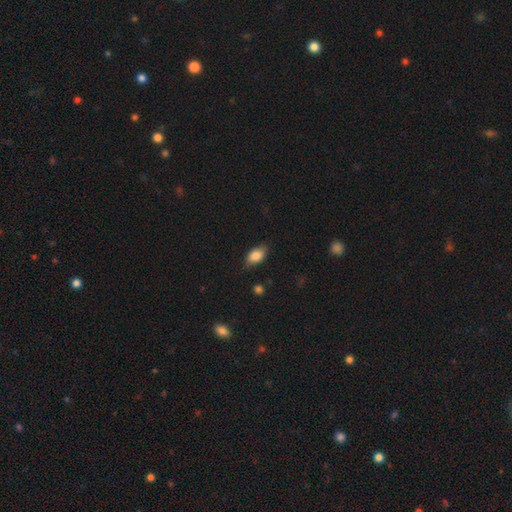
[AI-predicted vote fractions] A smooth galaxy with no disk features (81%) that is in between round and cigar-shaped (88%). Merging: none (75%).